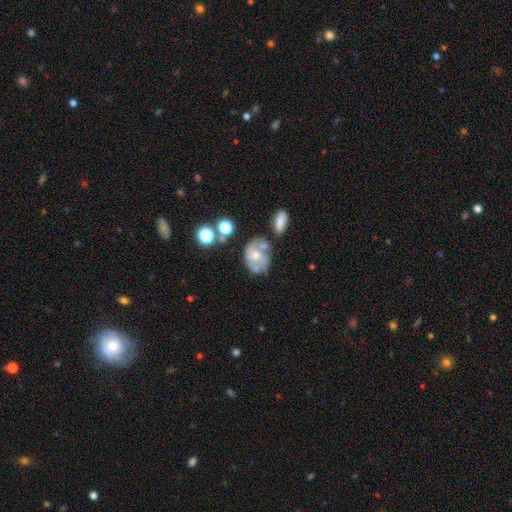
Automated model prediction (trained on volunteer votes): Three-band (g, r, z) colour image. It shows a featured or disk galaxy (63%) with no bar (74%), spiral arms (63%) and a moderate central bulge (60%). Merging: none (41%).